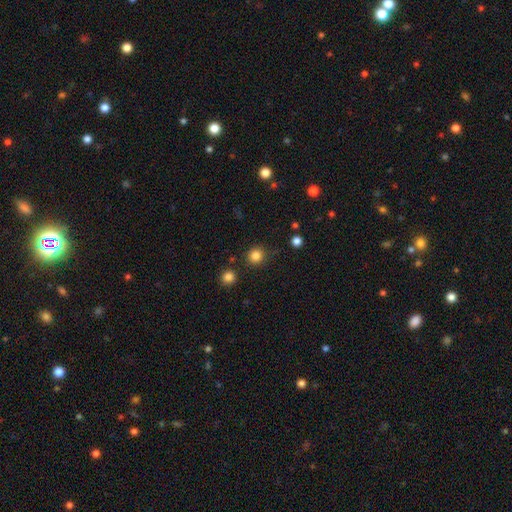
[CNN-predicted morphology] Overall: smooth (84%). How rounded: round (91%). Merging: none (86%).